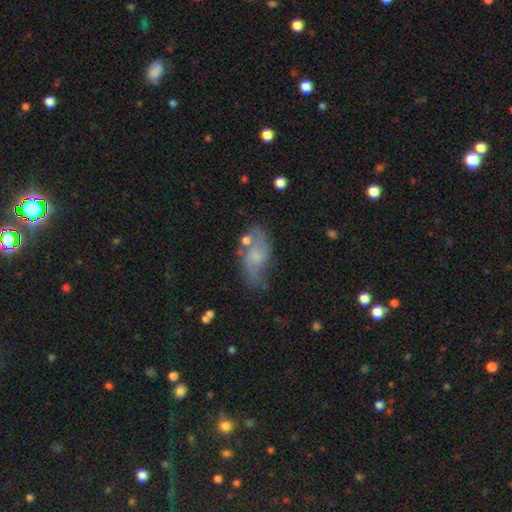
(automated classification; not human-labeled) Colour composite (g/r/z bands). It shows a featured or disk galaxy (55%) with no bar (66%), spiral arms (79%) and a small central bulge (52%). Merging: none (54%).